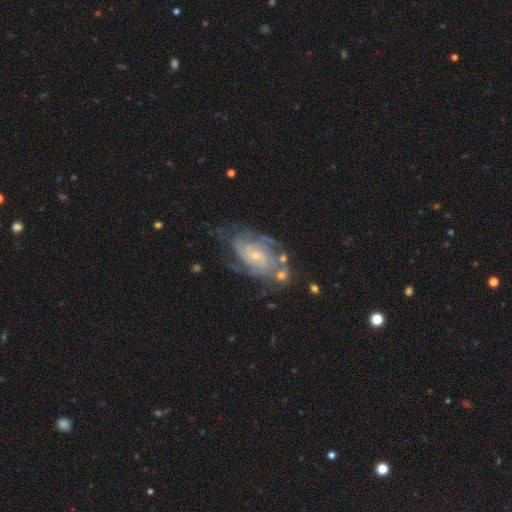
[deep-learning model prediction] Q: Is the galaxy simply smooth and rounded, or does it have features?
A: featured or disk — 83%.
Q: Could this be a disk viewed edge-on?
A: no — 96%.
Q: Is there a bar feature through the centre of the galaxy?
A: no — 71%.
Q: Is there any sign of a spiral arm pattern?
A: yes — 93%.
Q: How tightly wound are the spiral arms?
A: tight — 59%.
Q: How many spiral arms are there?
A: can't tell — 36%.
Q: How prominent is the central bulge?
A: small — 74%.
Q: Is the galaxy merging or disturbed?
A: none — 58%.